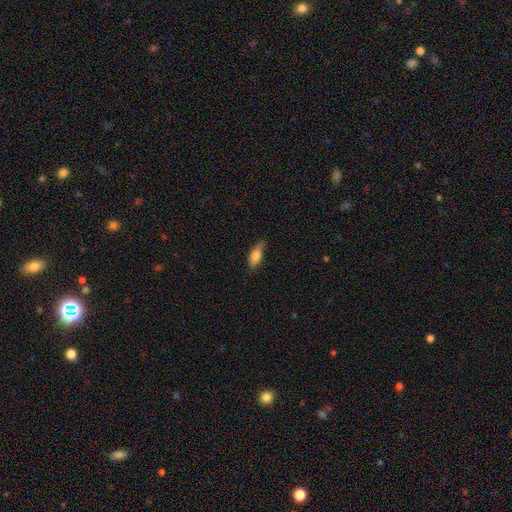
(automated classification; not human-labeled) smooth_or_featured: smooth (p=0.80) [alt: featured or disk p=0.13]
how_rounded: in between (p=0.79) [alt: cigar-shaped p=0.19]
merging: none (p=0.61) [alt: minor disturbance p=0.31]